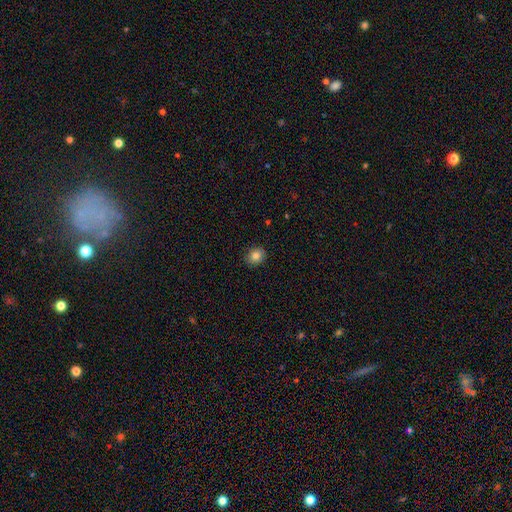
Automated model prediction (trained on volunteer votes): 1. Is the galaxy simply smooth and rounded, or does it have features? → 84% smooth, 10% star or artifact, 6% featured or disk.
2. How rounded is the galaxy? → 62% round, 37% in between, 1% cigar-shaped.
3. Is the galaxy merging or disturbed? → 89% none, 8% minor disturbance, 2% major disturbance, 1% merger.